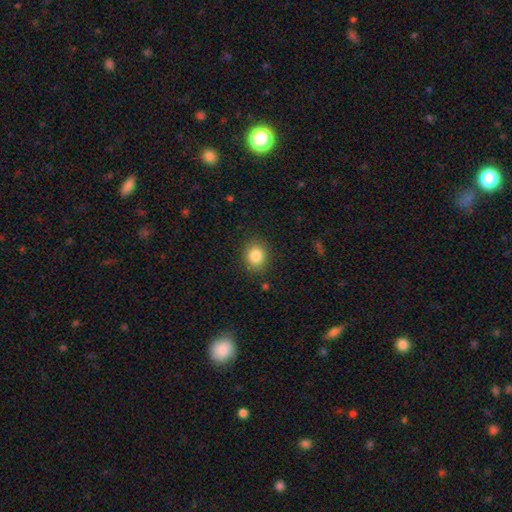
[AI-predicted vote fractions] Overall: smooth (85%). How rounded: round (68%; in between 32%). Merging: none (87%).